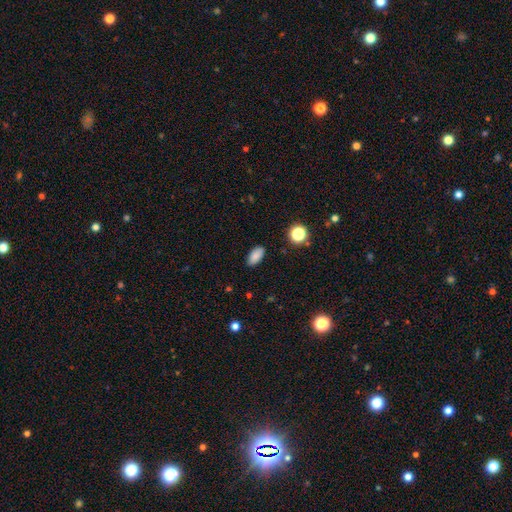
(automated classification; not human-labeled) Smooth or featured? smooth (86%)
How rounded? in between (91%)
Merging? none (88%)